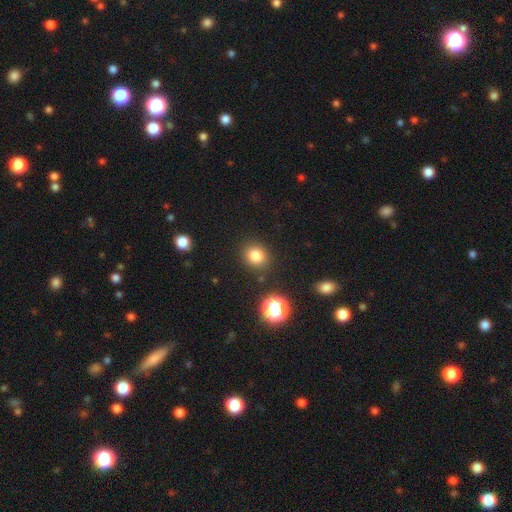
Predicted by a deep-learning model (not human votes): A smooth galaxy with no disk features (81%) that is round (79%).

Vote fractions:
- Smooth or featured? smooth: 81% / star or artifact: 13% / featured or disk: 6%
- How rounded? round: 79% / in between: 20% / cigar-shaped: 1%
- Merging? none: 85% / minor disturbance: 9% / merger: 3% / major disturbance: 3%